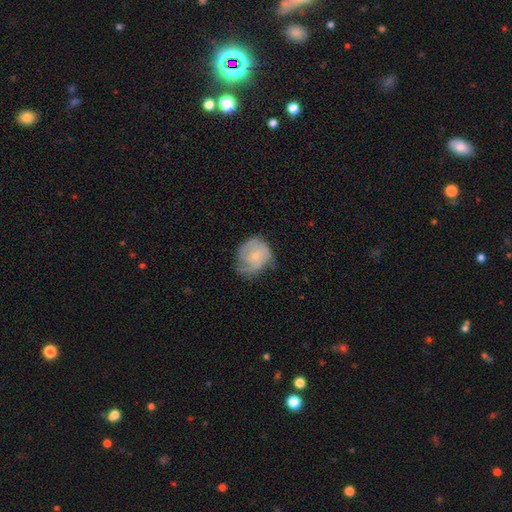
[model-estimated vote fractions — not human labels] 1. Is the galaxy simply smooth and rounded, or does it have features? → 56% featured or disk, 37% smooth, 7% star or artifact.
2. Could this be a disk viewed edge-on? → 98% no, 2% yes.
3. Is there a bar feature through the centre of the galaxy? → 74% no, 23% weak, 4% strong.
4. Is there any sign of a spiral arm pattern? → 79% yes, 21% no.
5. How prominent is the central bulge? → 69% small, 24% moderate, 5% none, 1% large, 1% dominant.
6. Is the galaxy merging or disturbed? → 48% none, 32% minor disturbance, 18% major disturbance, 2% merger.